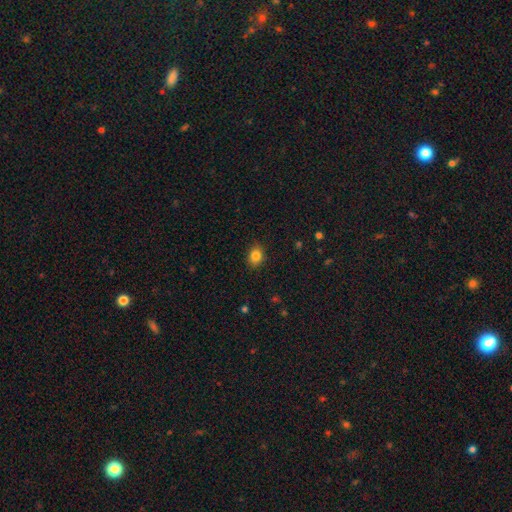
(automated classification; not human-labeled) Smooth or featured?
  - smooth: 84% *
  - star or artifact: 10%
  - featured or disk: 5%
How rounded?
  - in between: 56% *
  - round: 43%
  - cigar-shaped: 1%
Merging?
  - none: 88% *
  - minor disturbance: 9%
  - major disturbance: 2%
  - merger: 1%